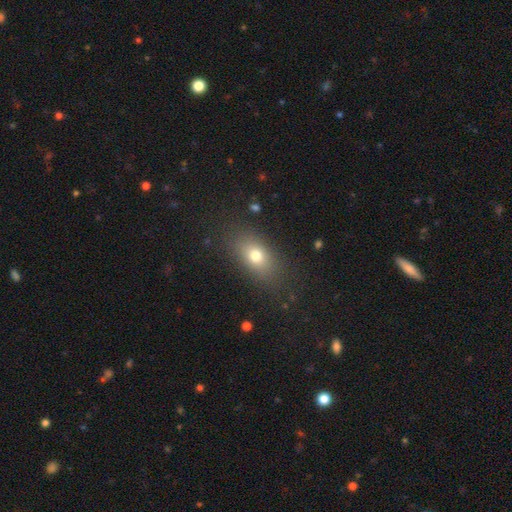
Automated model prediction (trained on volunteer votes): This appears to be a smooth galaxy with no disk features (74%) that is in between round and cigar-shaped (77%). Merging: none (82%).